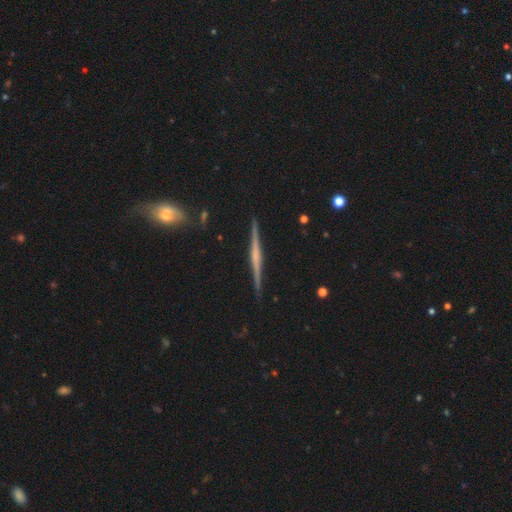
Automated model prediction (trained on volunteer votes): Smooth or featured: featured or disk — 77% (smooth — 17%)
Edge-on disk: yes — 98% (no — 2%)
Edge-on bulge: rounded — 44% (none — 40%)
Merging: none — 90% (minor disturbance — 7%)